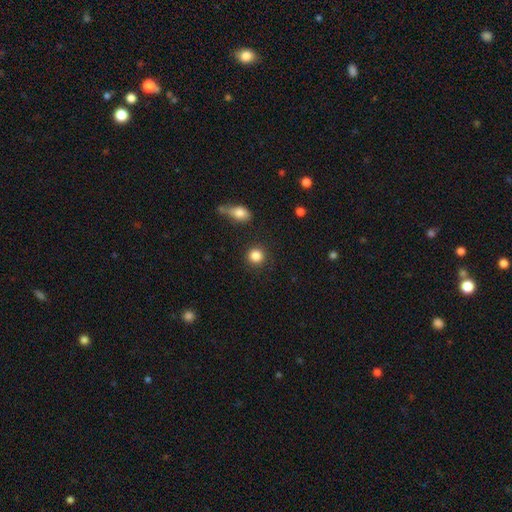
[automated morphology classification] type=smooth (86%); roundness=round (93%); merging=none (89%).